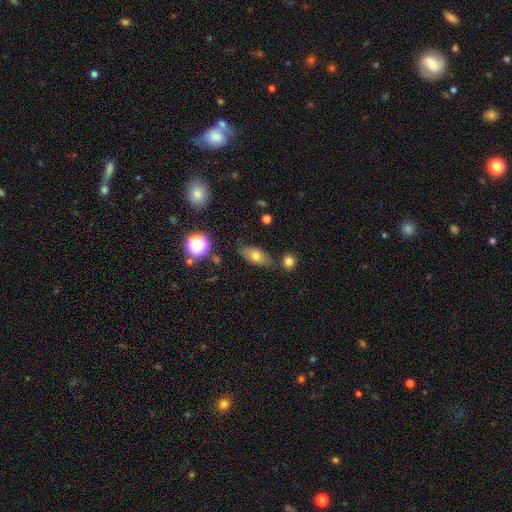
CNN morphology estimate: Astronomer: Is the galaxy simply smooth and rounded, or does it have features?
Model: smooth — 69%.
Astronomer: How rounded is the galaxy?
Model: in between — 80%.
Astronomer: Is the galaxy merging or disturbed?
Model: none — 74%.